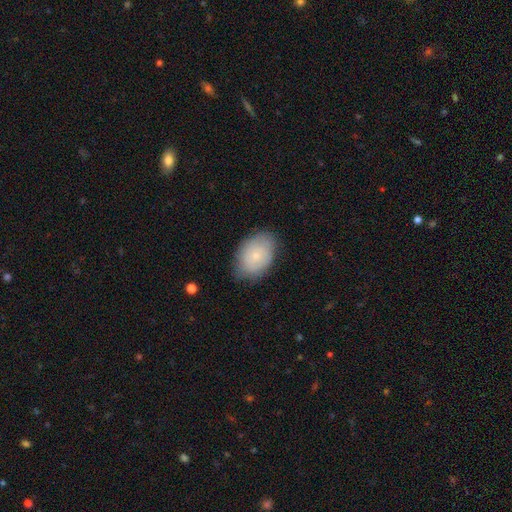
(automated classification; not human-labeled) Smooth or featured: smooth — 73% (featured or disk — 20%)
How rounded: in between — 84% (round — 15%)
Merging: none — 76% (minor disturbance — 18%)